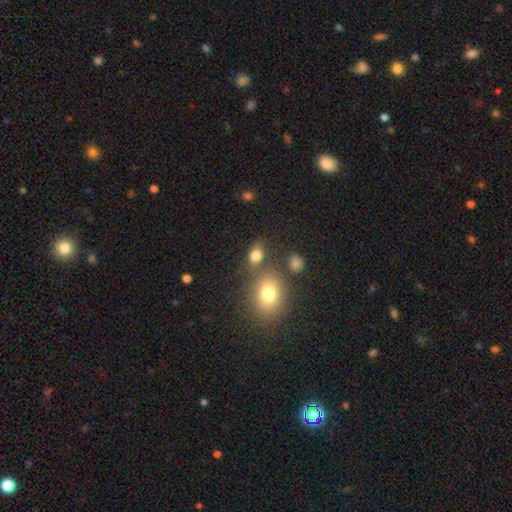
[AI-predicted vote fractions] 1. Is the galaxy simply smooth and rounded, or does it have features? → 78% smooth, 13% star or artifact, 9% featured or disk.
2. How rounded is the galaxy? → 70% in between, 28% round, 2% cigar-shaped.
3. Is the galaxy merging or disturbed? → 60% none, 19% merger, 14% minor disturbance, 7% major disturbance.